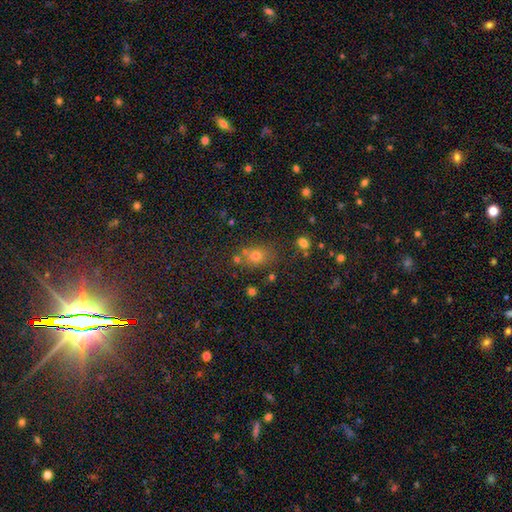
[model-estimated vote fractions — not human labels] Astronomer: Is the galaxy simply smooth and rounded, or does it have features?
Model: smooth — 66%.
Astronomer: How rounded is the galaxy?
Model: round — 53% (runner-up: in between, 45%).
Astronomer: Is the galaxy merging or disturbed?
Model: none — 67%.